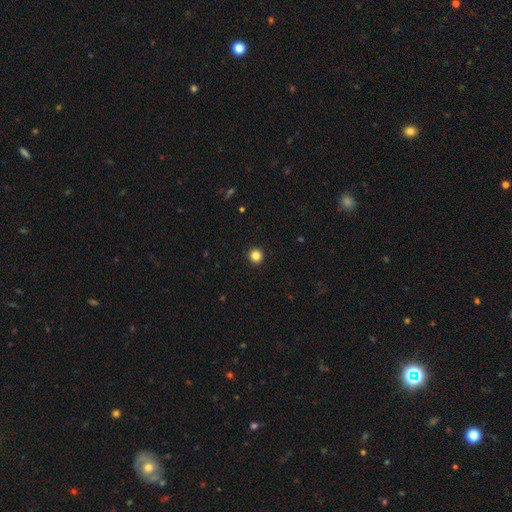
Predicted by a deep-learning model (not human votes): This appears to be a smooth galaxy with no disk features (85%) that is round (95%). Merging: none (94%).